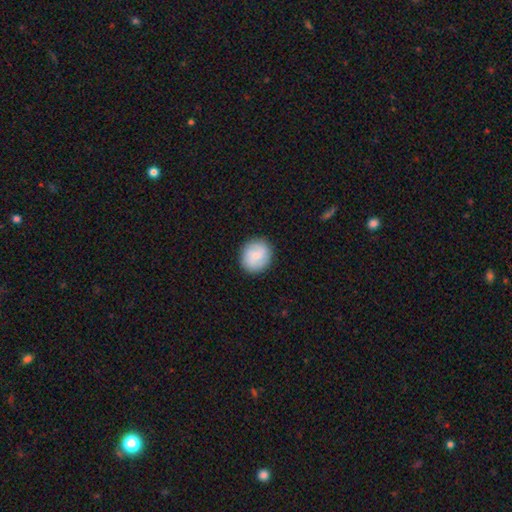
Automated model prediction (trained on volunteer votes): Morphology: type=smooth (76%); roundness=round (84%); merging=none (89%).